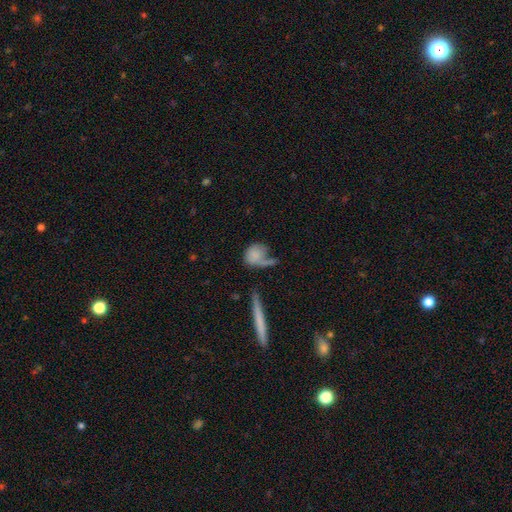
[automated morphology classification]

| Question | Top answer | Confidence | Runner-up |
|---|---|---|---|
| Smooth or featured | smooth | 67% | featured or disk (25%) |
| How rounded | round | 55% | in between (40%) |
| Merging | major disturbance | 34% | none (30%) |